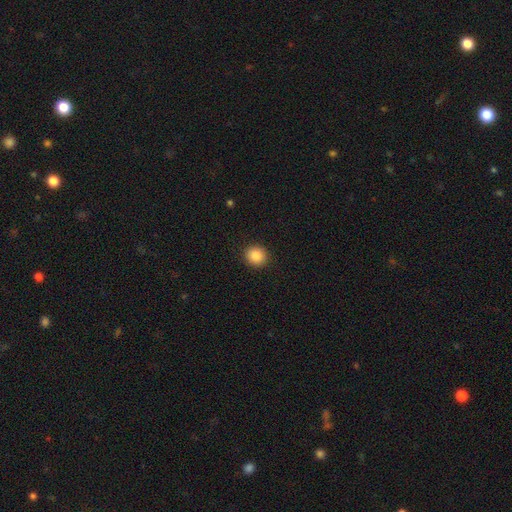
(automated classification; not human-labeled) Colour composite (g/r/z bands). It shows a smooth galaxy with no disk features (86%) that is round (87%). Merging: none (92%).